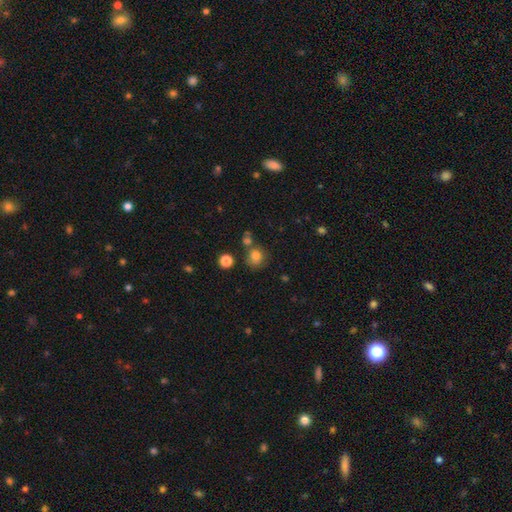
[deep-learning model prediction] A smooth galaxy with no disk features (79%) that is round (81%). Merging: none (65%).